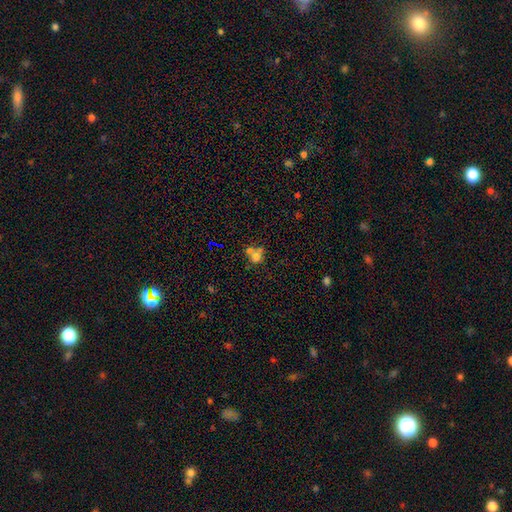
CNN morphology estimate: smooth-or-featured: smooth: 66% | featured or disk: 18% | star or artifact: 15%
  how-rounded: round: 75% | in between: 24% | cigar-shaped: 1%
  merging: merger: 52% | none: 34% | minor disturbance: 9% | major disturbance: 5%